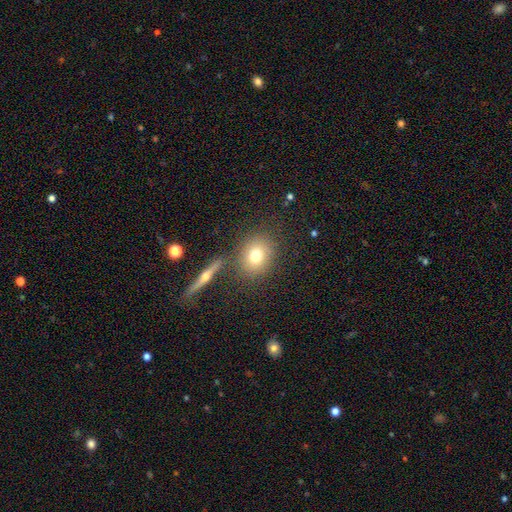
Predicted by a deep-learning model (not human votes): This appears to be a smooth galaxy with no disk features (74%) that is round (66%). Merging: none (78%).